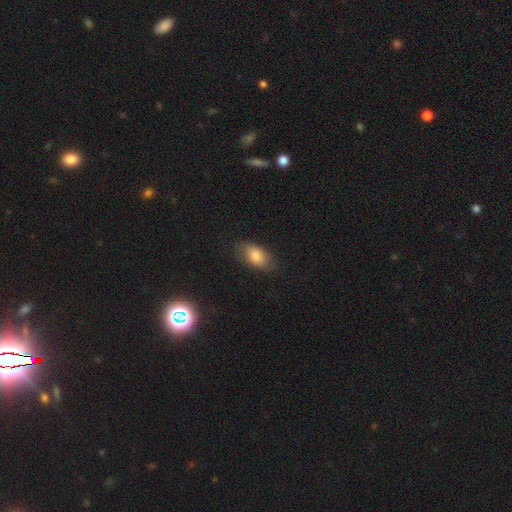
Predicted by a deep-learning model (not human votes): smooth 77%, featured or disk 14%, star or artifact 9%. Down the decision tree: how rounded — in between (90%); merging — none (77%).